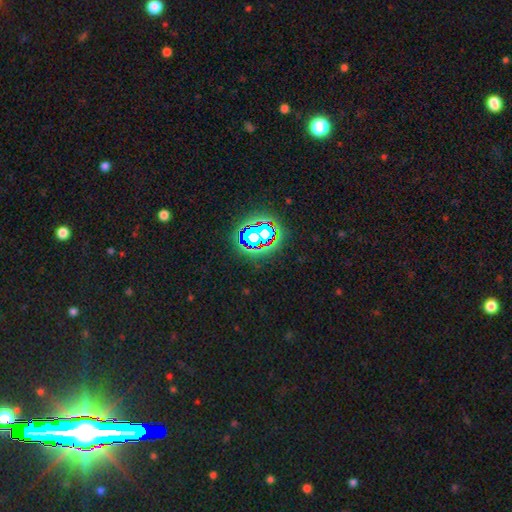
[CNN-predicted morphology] This appears to be a star or artifact, not a galaxy (79%).